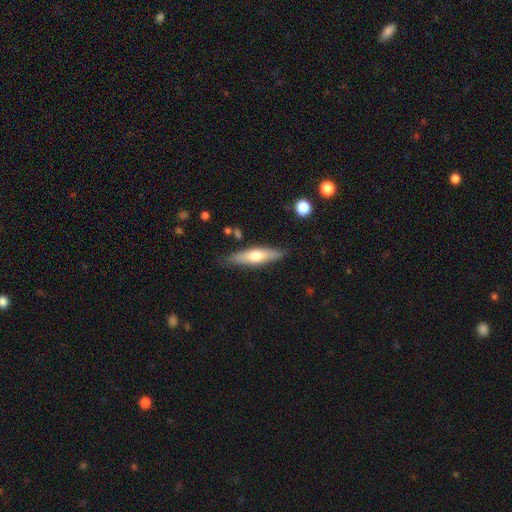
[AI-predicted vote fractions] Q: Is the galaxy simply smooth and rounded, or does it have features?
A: smooth — 53%.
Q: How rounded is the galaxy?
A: cigar-shaped — 68%.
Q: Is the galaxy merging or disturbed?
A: none — 84%.